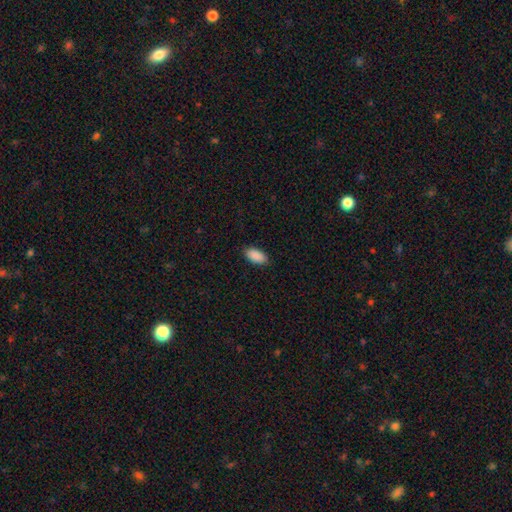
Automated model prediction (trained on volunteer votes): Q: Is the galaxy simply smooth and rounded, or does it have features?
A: smooth — 90%.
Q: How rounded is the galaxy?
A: in between — 94%.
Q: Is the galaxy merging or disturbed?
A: none — 87%.